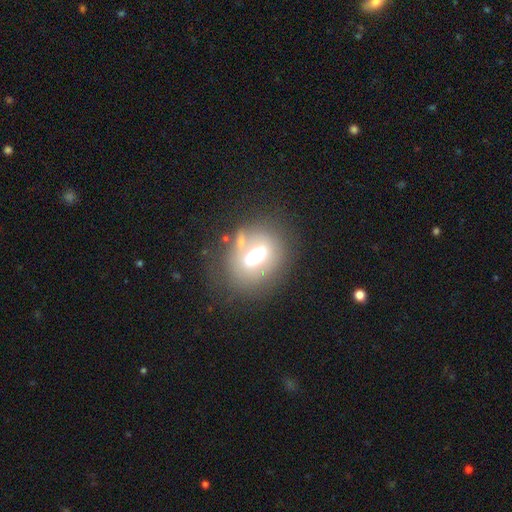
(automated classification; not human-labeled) Morphology: type=smooth (50%); merging=none (59%).